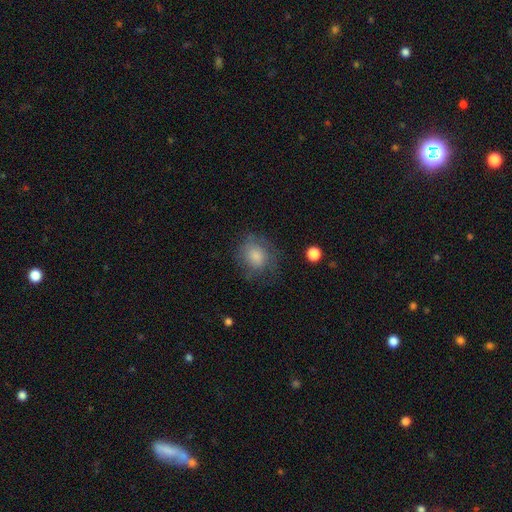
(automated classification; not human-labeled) Smooth or featured? smooth (60%)
How rounded? round (68%)
Merging? none (67%)